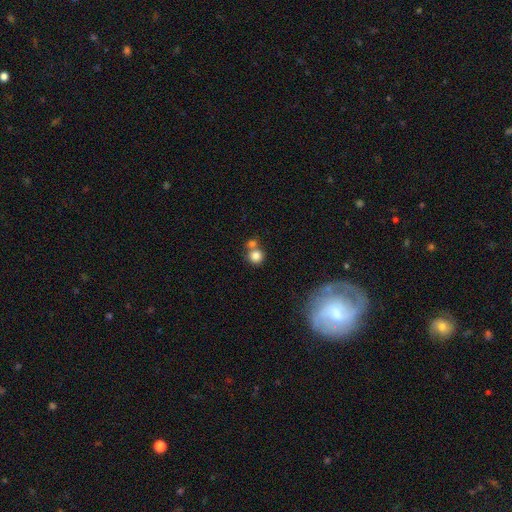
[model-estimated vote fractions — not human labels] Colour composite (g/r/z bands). It shows a smooth galaxy with no disk features (81%) that is round (90%). Merging: none (53%).